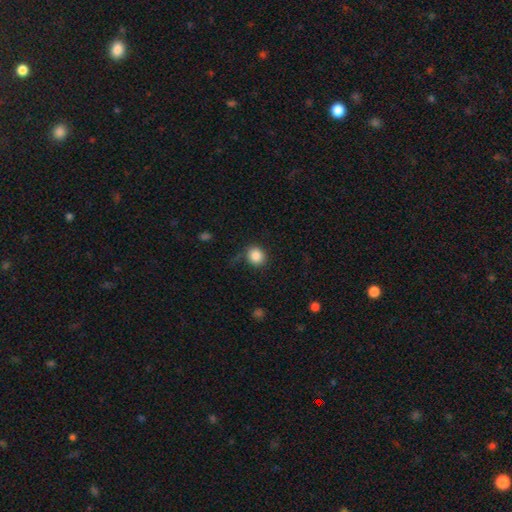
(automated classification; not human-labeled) Morphology: type=smooth (86%); roundness=round (79%); merging=none (75%).